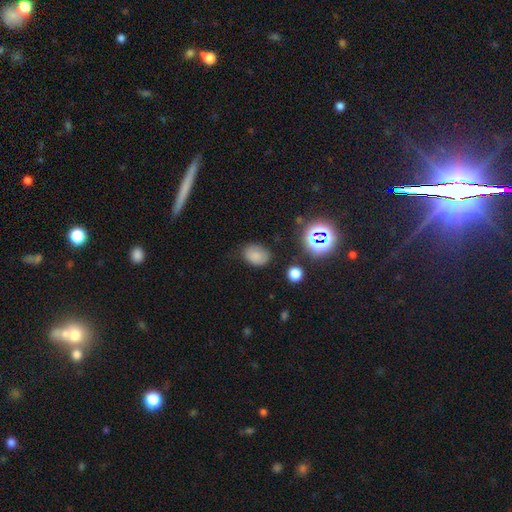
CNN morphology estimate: smooth 78%, star or artifact 15%, featured or disk 8%. Down the decision tree: how rounded — in between (75%); merging — none (76%).